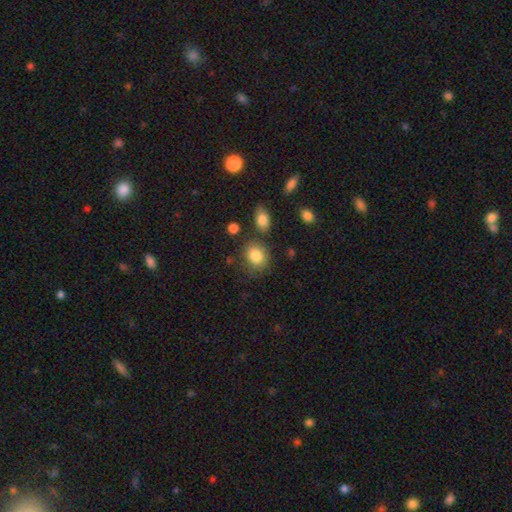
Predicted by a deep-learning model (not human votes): smooth_or_featured: smooth (p=0.85) [alt: star or artifact p=0.08]
how_rounded: round (p=0.56) [alt: in between p=0.43]
merging: none (p=0.73) [alt: minor disturbance p=0.15]